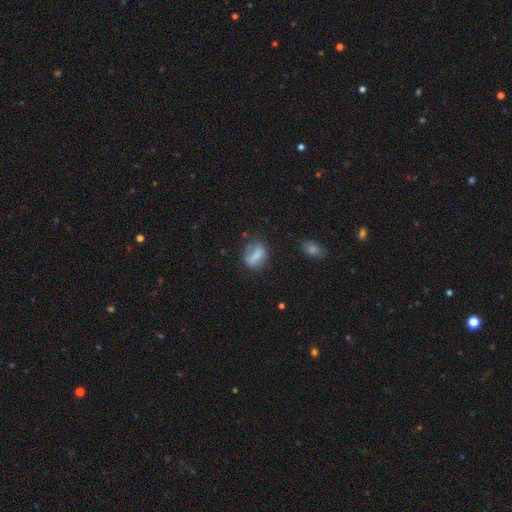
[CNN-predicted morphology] Smooth or featured? Predicted: smooth (p=0.66). How rounded? Predicted: in between (p=0.56). Merging? Predicted: none (p=0.58).